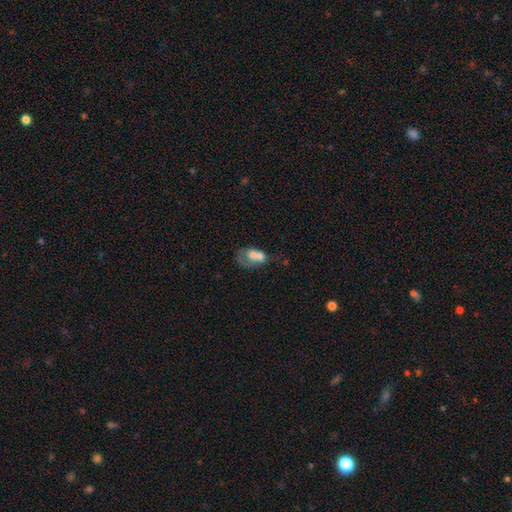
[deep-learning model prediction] Smooth or featured? smooth (55%)
How rounded? in between (62%)
Merging? merger (66%)